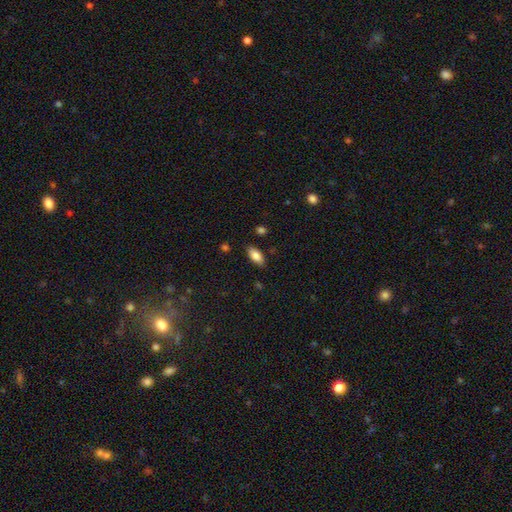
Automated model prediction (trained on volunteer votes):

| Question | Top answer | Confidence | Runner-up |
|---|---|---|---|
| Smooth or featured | smooth | 83% | featured or disk (10%) |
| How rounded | in between | 88% | cigar-shaped (9%) |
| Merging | none | 85% | minor disturbance (11%) |